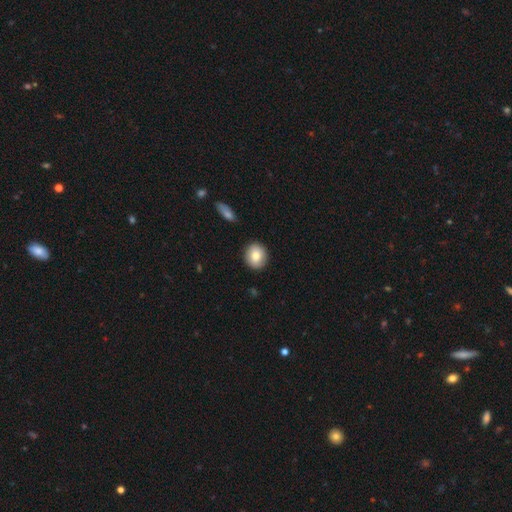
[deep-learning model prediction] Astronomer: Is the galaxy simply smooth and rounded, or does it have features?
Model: smooth — 79%.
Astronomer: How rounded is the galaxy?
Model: round — 81%.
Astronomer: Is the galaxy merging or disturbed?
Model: none — 89%.